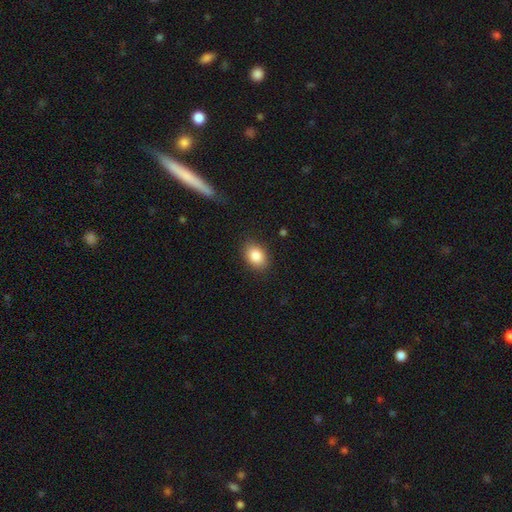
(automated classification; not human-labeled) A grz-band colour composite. It shows a smooth galaxy with no disk features (87%) that is in between round and cigar-shaped (76%). Merging: none (85%).